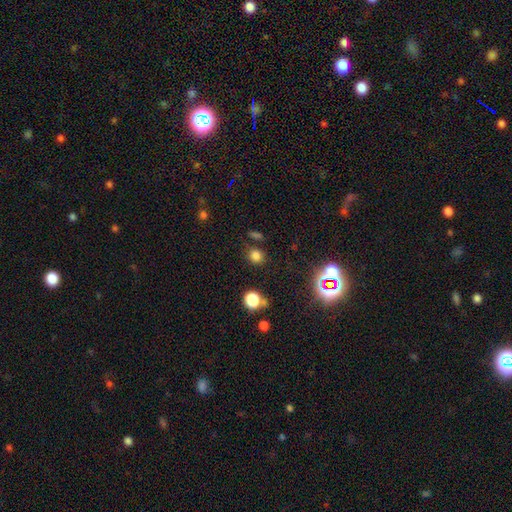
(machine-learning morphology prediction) smooth-or-featured: smooth: 76% | star or artifact: 19% | featured or disk: 5%
  how-rounded: round: 82% | in between: 17% | cigar-shaped: 1%
  merging: none: 79% | minor disturbance: 11% | merger: 6% | major disturbance: 4%